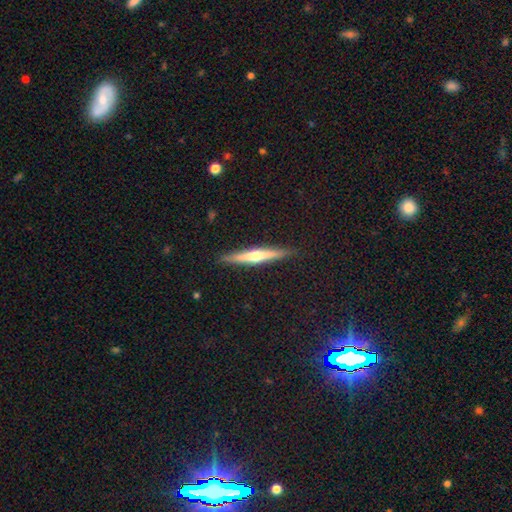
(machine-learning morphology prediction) Smooth or featured? featured or disk (66%)
Edge-on disk? yes (97%)
Edge-on bulge? rounded (88%)
Merging? none (90%)